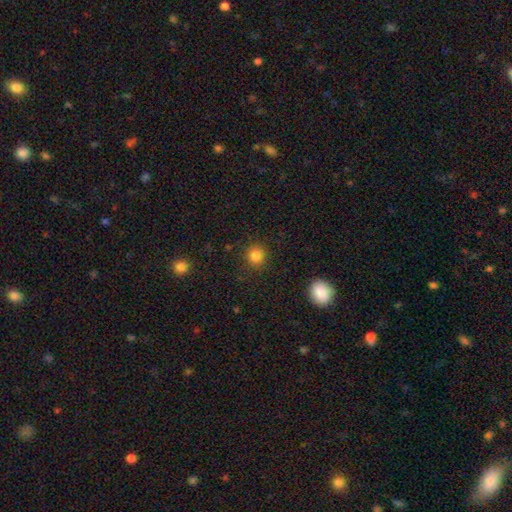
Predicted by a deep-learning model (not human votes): This is clearly a smooth galaxy (84%). How rounded: clearly round (92%). Merging: clearly none (89%).